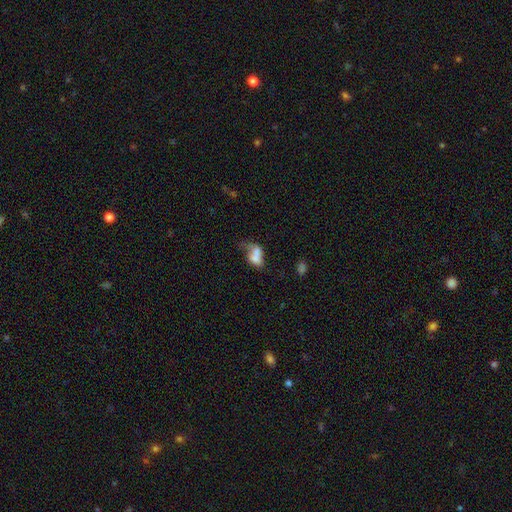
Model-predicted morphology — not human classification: A smooth galaxy with no disk features (64%) that is in between round and cigar-shaped (80%).

Vote fractions:
- Smooth or featured? smooth: 64% / featured or disk: 25% / star or artifact: 11%
- How rounded? in between: 80% / round: 17% / cigar-shaped: 3%
- Merging? merger: 53% / none: 17% / major disturbance: 17% / minor disturbance: 13%